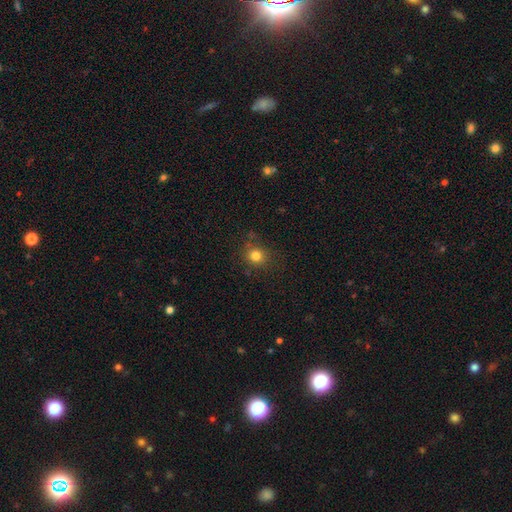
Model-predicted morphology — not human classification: smooth 80%, star or artifact 14%, featured or disk 6%. Down the decision tree: how rounded — round (84%); merging — none (81%).